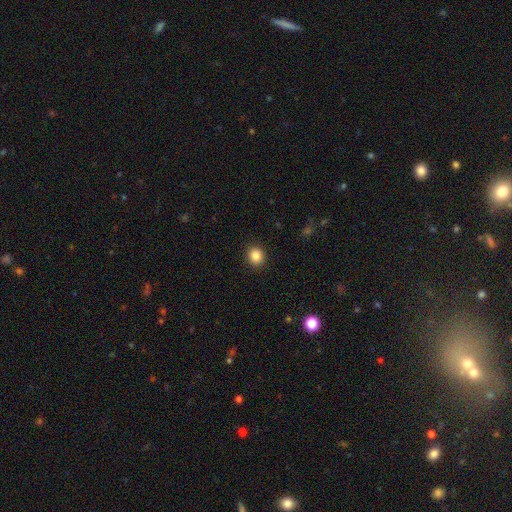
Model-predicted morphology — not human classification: smooth 86%, star or artifact 10%, featured or disk 3%. Down the decision tree: how rounded — round (83%); merging — none (91%).